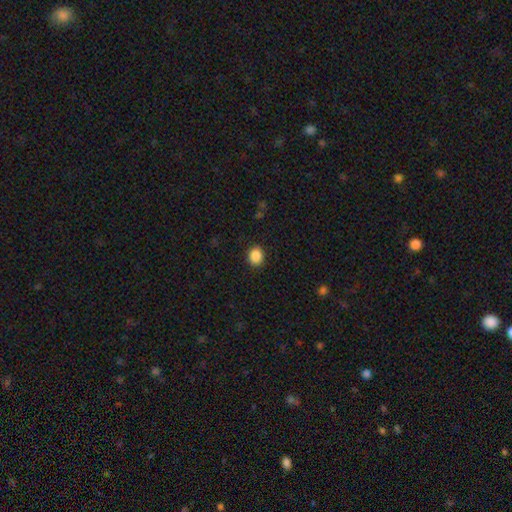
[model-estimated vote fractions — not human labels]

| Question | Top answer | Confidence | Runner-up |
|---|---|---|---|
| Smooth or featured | smooth | 88% | star or artifact (9%) |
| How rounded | round | 66% | in between (33%) |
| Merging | none | 90% | minor disturbance (7%) |